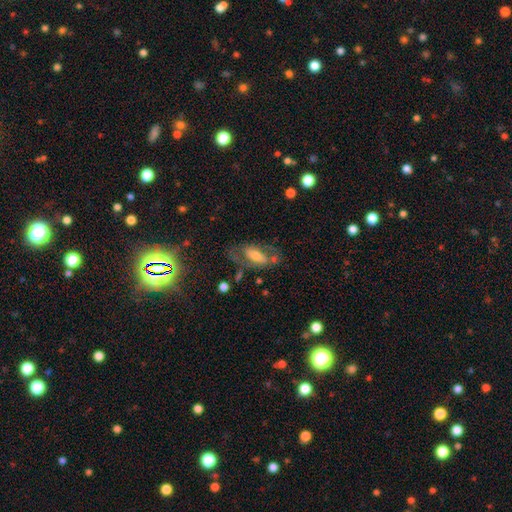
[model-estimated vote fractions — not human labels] Smooth or featured?
  - featured or disk: 48% *
  - smooth: 44%
  - star or artifact: 8%
Merging?
  - none: 50% *
  - minor disturbance: 21%
  - major disturbance: 21%
  - merger: 8%